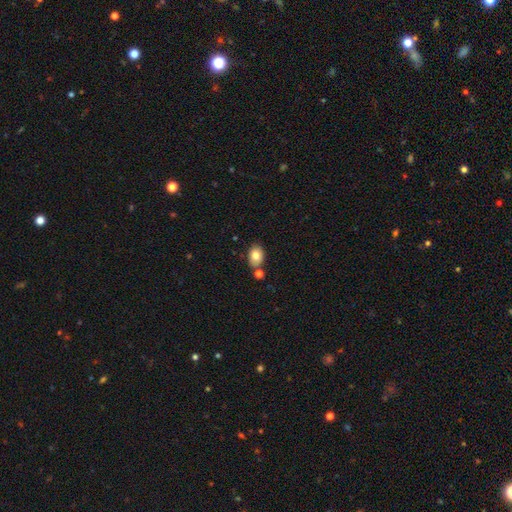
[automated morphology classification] Q: Smooth or featured?
A: smooth (79%); runner-up: featured or disk (13%)
Q: How rounded?
A: in between (77%); runner-up: round (22%)
Q: Merging?
A: none (74%); runner-up: merger (12%)